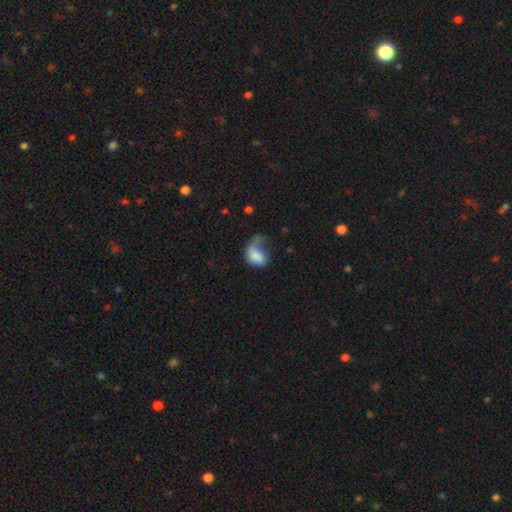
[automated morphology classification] This is likely a smooth galaxy (66%). How rounded: likely in between (78%). Merging: possibly major disturbance (54%).